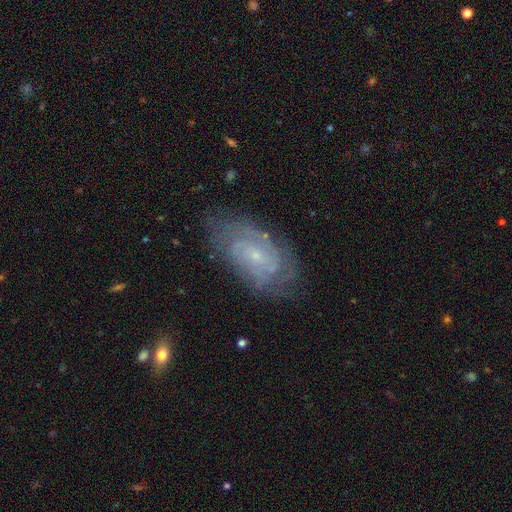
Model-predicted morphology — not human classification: Smooth or featured?
  - featured or disk: 76% *
  - smooth: 16%
  - star or artifact: 8%
Edge-on disk?
  - no: 95% *
  - yes: 5%
Bar?
  - no: 69% *
  - weak: 26%
  - strong: 4%
Spiral arms?
  - yes: 90% *
  - no: 10%
Spiral winding?
  - tight: 66% *
  - medium: 27%
  - loose: 7%
Spiral arm count?
  - can't tell: 48% *
  - 2: 24%
  - 3: 11%
  - 4: 8%
  - more than 4: 5%
  - 1: 5%
Bulge size?
  - small: 81% *
  - moderate: 13%
  - none: 3%
  - large: 1%
  - dominant: 1%
Merging?
  - none: 73% *
  - minor disturbance: 19%
  - major disturbance: 7%
  - merger: 2%